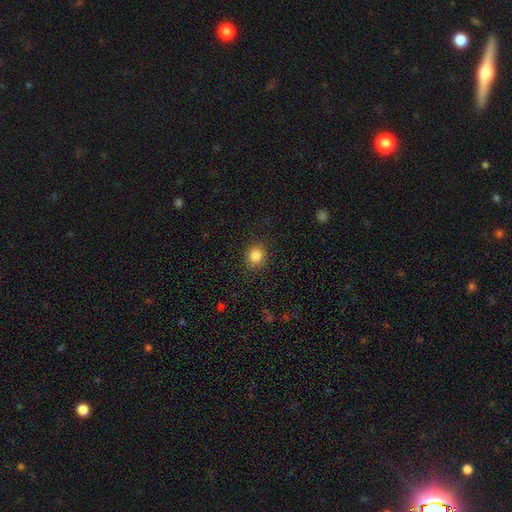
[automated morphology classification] A smooth galaxy with no disk features (84%) that is round (80%). Merging: none (87%).